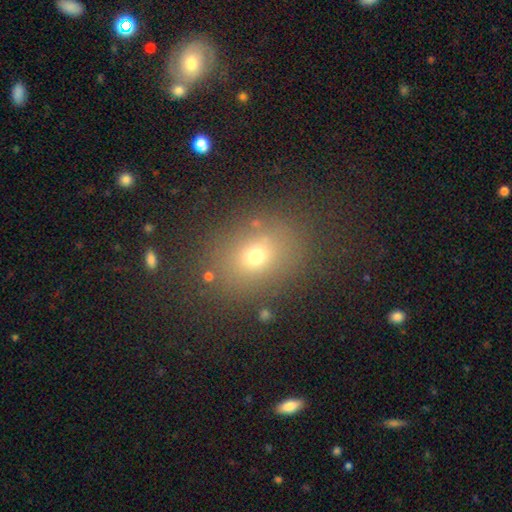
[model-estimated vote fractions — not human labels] This appears to be a smooth galaxy with no disk features (67%) that is round (50%). Merging: none (80%).